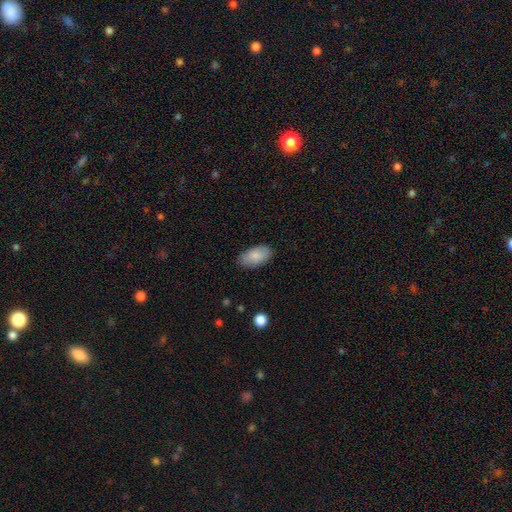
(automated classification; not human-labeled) Morphology: type=smooth (86%); roundness=in between (95%); merging=none (86%).